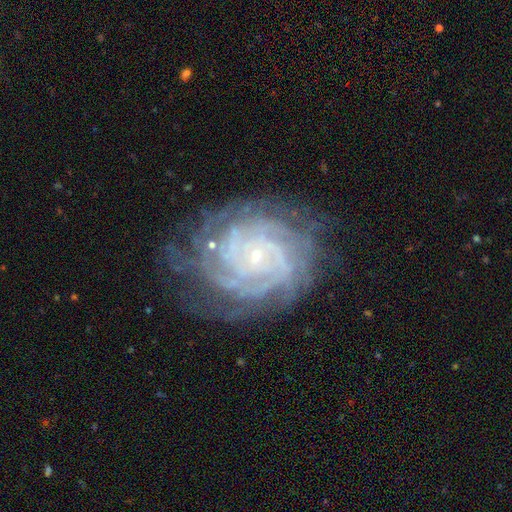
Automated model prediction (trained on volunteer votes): Morphology: type=featured or disk (88%); edge-on=no (98%); bar=no (71%); spiral arms=yes (98%); winding=tight (81%); arm count=4 (24%); bulge=small (88%); merging=none (74%).